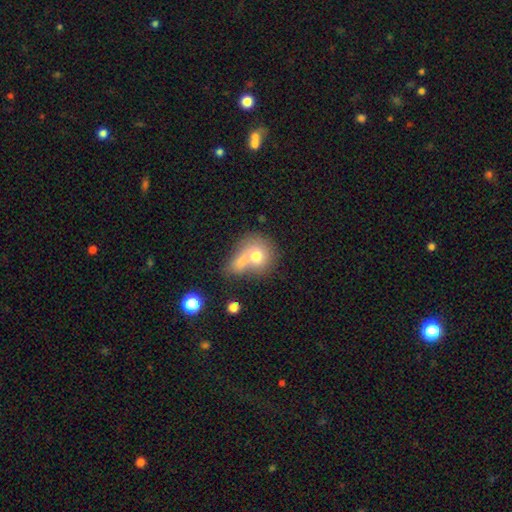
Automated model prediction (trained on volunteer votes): Smooth or featured? Predicted: smooth (p=0.71). How rounded? Predicted: round (p=0.74). Merging? Predicted: merger (p=0.50).